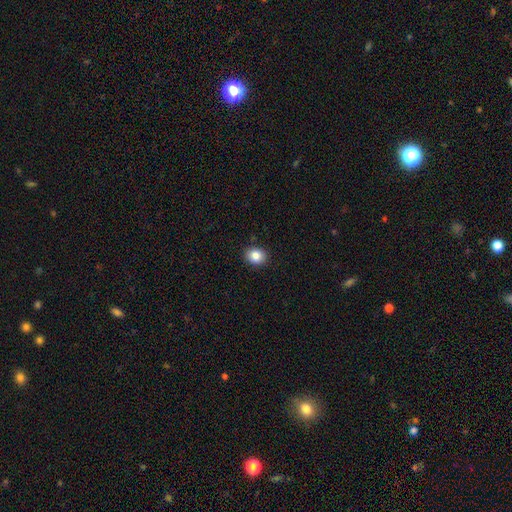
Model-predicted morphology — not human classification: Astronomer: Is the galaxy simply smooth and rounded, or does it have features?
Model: smooth — 85%.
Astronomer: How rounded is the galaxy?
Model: round — 55% (runner-up: in between, 44%).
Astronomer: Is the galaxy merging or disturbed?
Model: none — 90%.